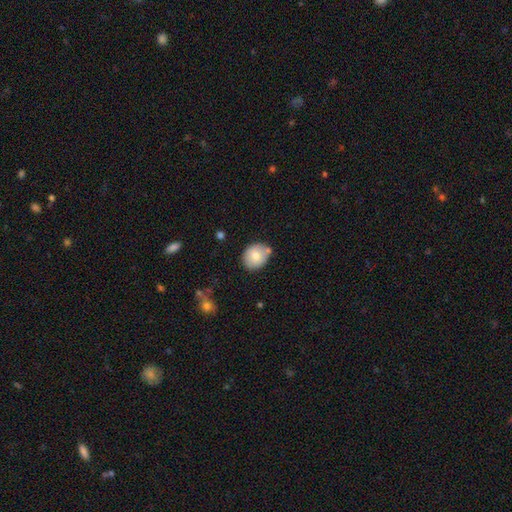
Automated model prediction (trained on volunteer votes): smooth_or_featured: smooth (p=0.75) [alt: featured or disk p=0.16]
how_rounded: round (p=0.59) [alt: in between p=0.40]
merging: none (p=0.70) [alt: minor disturbance p=0.17]